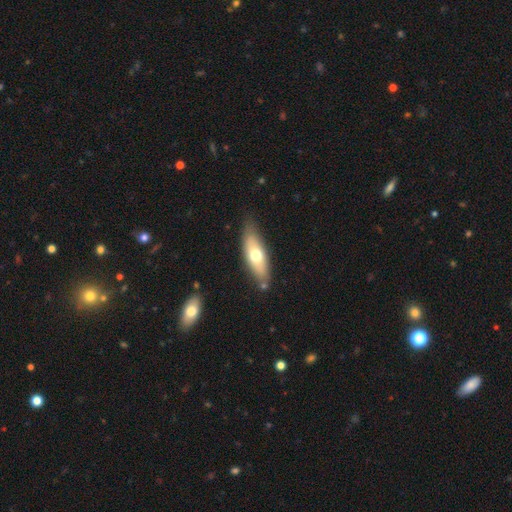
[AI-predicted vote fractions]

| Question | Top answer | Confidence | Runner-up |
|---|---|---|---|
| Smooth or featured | smooth | 59% | featured or disk (35%) |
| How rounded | in between | 58% | cigar-shaped (39%) |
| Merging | none | 75% | minor disturbance (17%) |